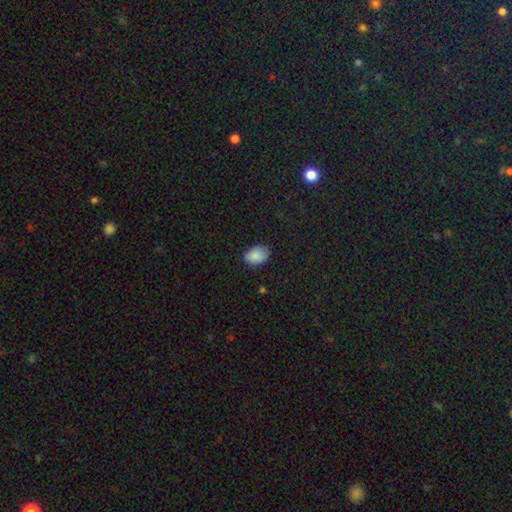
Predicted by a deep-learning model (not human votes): Smooth or featured? Predicted: smooth (p=0.88). How rounded? Predicted: in between (p=0.83). Merging? Predicted: none (p=0.82).